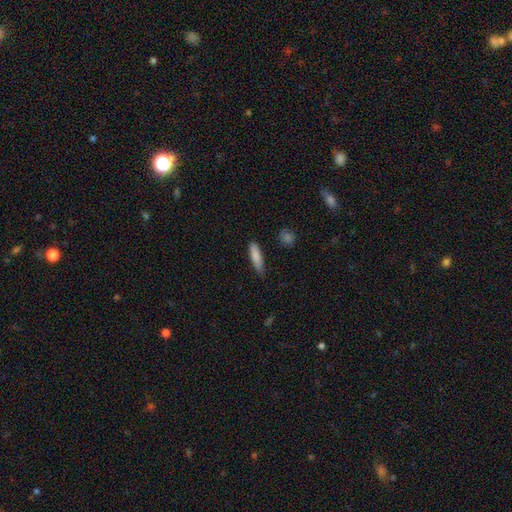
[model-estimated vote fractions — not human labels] Q: Smooth or featured?
A: smooth (84%); runner-up: featured or disk (10%)
Q: How rounded?
A: cigar-shaped (67%); runner-up: in between (31%)
Q: Merging?
A: none (76%); runner-up: minor disturbance (19%)